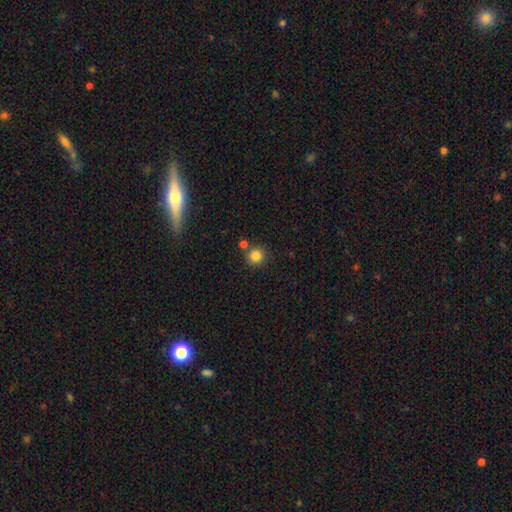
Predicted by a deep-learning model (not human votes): Morphology: type=smooth (83%); roundness=round (93%); merging=none (76%).